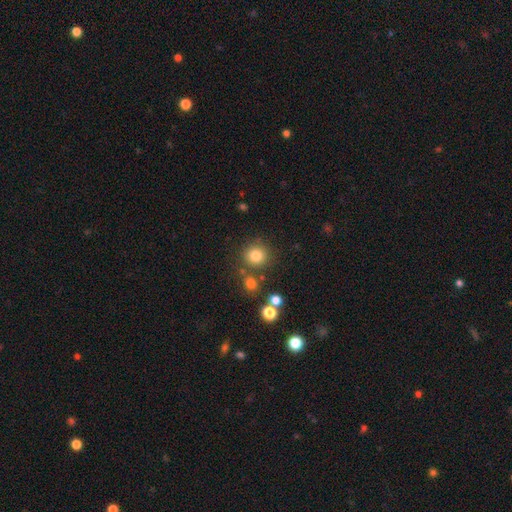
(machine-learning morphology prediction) Q: Smooth or featured?
A: smooth (80%); runner-up: star or artifact (13%)
Q: How rounded?
A: round (91%); runner-up: in between (8%)
Q: Merging?
A: none (79%); runner-up: minor disturbance (9%)